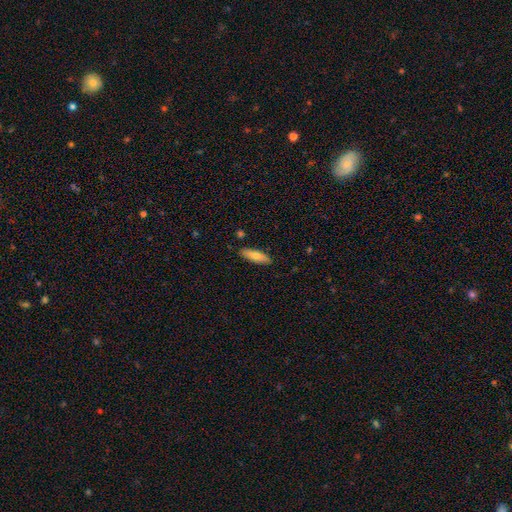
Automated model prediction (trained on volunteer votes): Morphology: type=smooth (74%); roundness=cigar-shaped (55%); merging=none (87%).